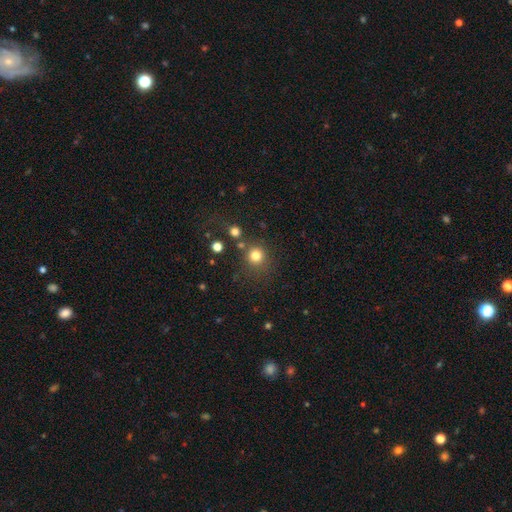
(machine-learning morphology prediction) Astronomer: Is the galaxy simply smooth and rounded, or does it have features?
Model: smooth — 80%.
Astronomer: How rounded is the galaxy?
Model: round — 92%.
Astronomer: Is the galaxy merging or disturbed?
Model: none — 76%.